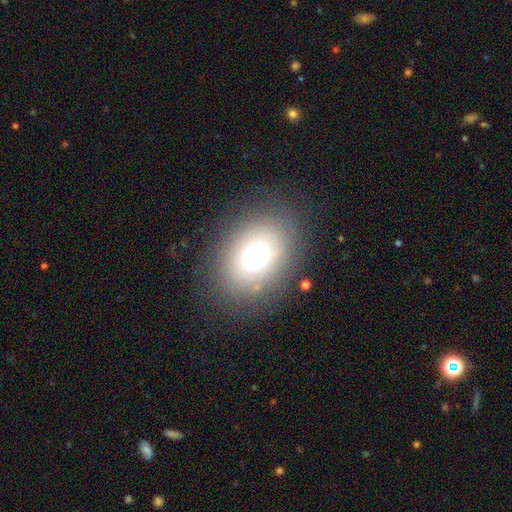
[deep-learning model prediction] smooth 70%, featured or disk 15%, star or artifact 15%. Down the decision tree: how rounded — in between (61%); merging — none (81%).